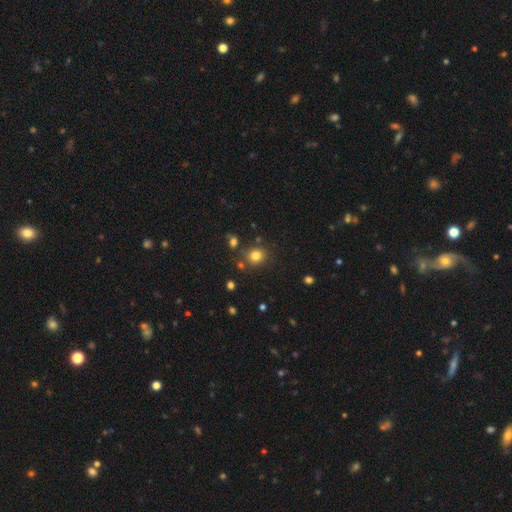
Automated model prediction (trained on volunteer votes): smooth-or-featured: smooth: 80% | star or artifact: 14% | featured or disk: 7%
  how-rounded: round: 80% | in between: 19% | cigar-shaped: 1%
  merging: none: 78% | minor disturbance: 10% | merger: 8% | major disturbance: 4%